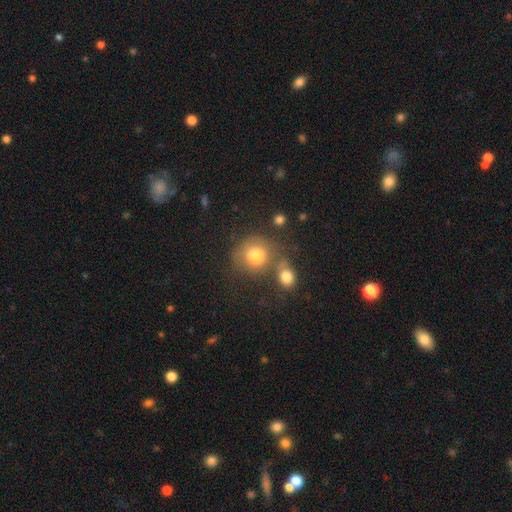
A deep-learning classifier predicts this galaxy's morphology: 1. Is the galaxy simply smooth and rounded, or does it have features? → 77% smooth, 12% featured or disk, 11% star or artifact.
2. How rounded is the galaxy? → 85% round, 14% in between, 1% cigar-shaped.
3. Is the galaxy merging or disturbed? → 54% none, 26% merger, 14% minor disturbance, 7% major disturbance.